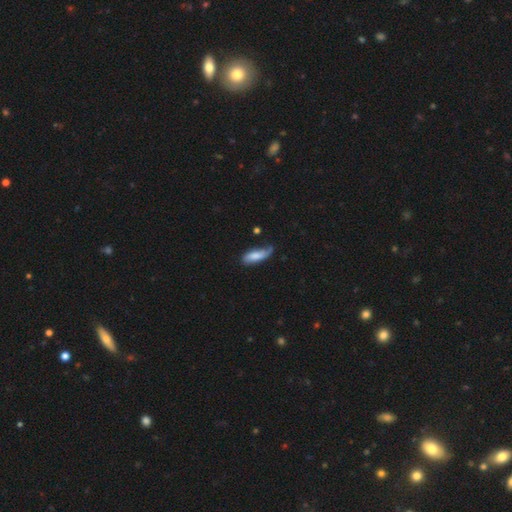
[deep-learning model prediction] Smooth or featured: smooth — 65% (featured or disk — 29%)
How rounded: in between — 63% (cigar-shaped — 35%)
Merging: none — 47% (minor disturbance — 34%)